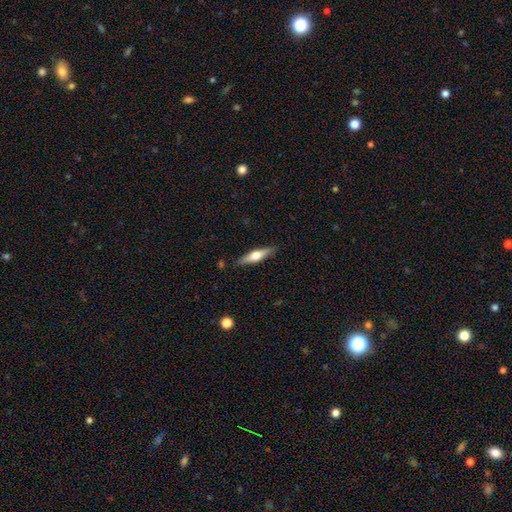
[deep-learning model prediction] Smooth or featured: featured or disk — 54% (smooth — 41%)
Edge-on disk: yes — 95% (no — 5%)
Edge-on bulge: rounded — 93% (boxy — 4%)
Merging: none — 88% (minor disturbance — 9%)